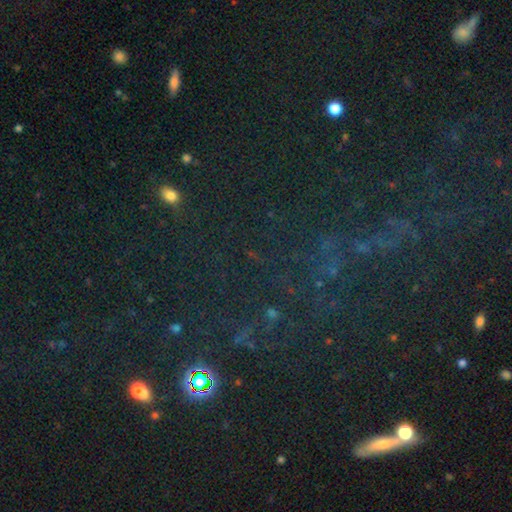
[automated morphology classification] The model was most divided on "smooth or featured": star or artifact: 71%, smooth: 19%, featured or disk: 10%.